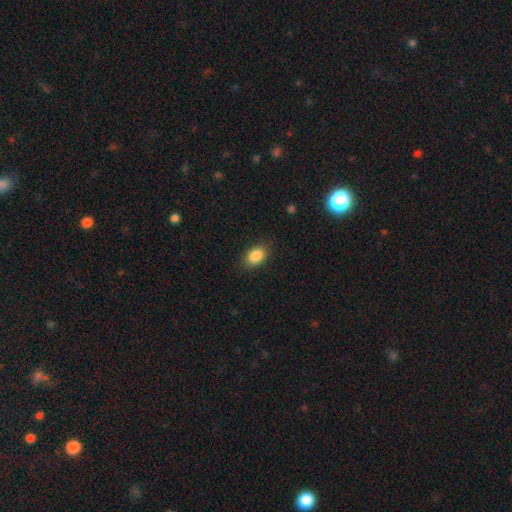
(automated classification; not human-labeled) Smooth or featured: smooth — 87% (star or artifact — 8%)
How rounded: in between — 85% (round — 13%)
Merging: none — 85% (minor disturbance — 11%)